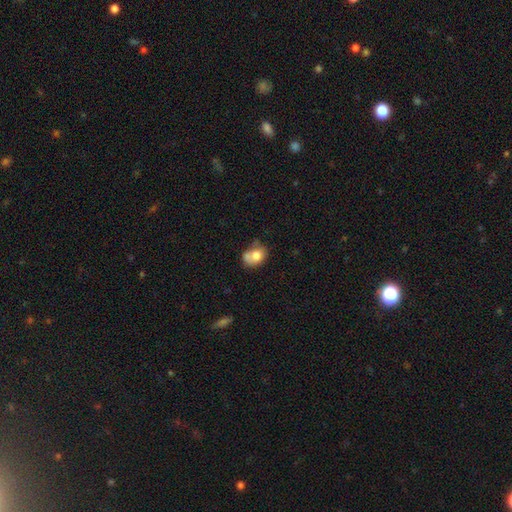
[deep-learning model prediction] Smooth or featured? Predicted: smooth (p=0.73). How rounded? Predicted: in between (p=0.60). Merging? Predicted: none (p=0.35).